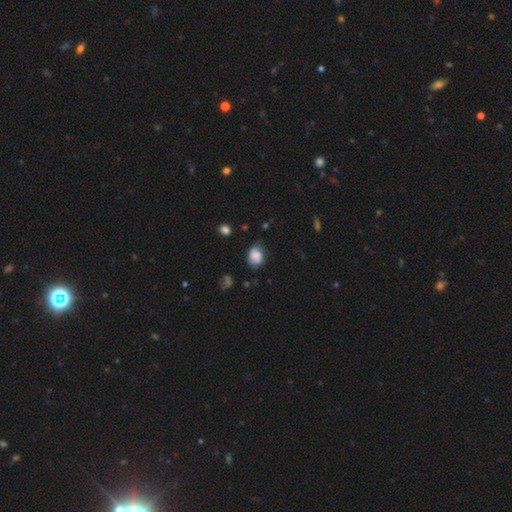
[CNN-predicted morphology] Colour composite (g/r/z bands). It shows a smooth galaxy with no disk features (77%) that is in between round and cigar-shaped (55%). Merging: none (57%).